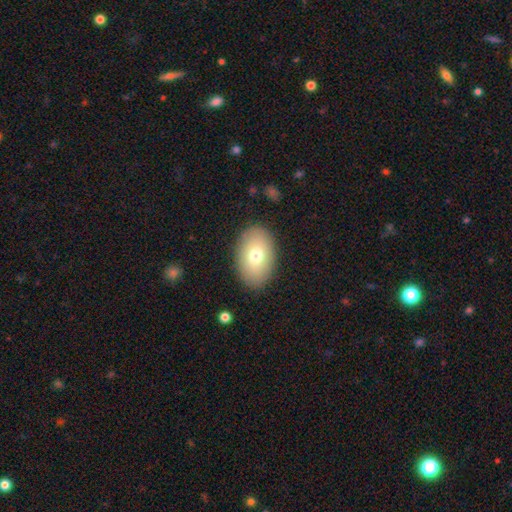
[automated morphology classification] smooth-or-featured: smooth: 74% | featured or disk: 18% | star or artifact: 8%
  how-rounded: in between: 89% | round: 10% | cigar-shaped: 1%
  merging: none: 88% | minor disturbance: 9% | major disturbance: 3% | merger: 1%